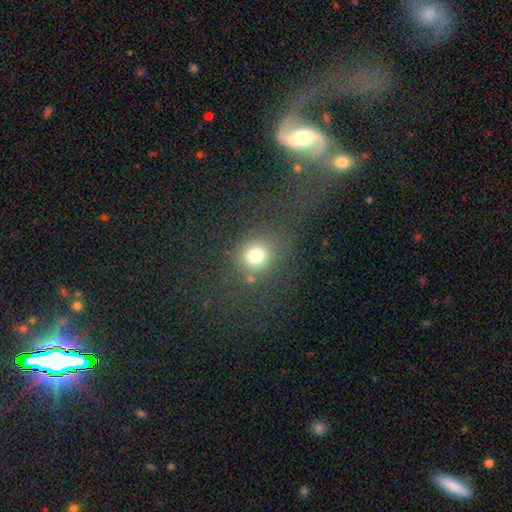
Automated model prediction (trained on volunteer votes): Smooth or featured?
  - smooth: 73% *
  - star or artifact: 18%
  - featured or disk: 9%
How rounded?
  - round: 72% *
  - in between: 26%
  - cigar-shaped: 2%
Merging?
  - none: 69% *
  - minor disturbance: 13%
  - major disturbance: 12%
  - merger: 6%